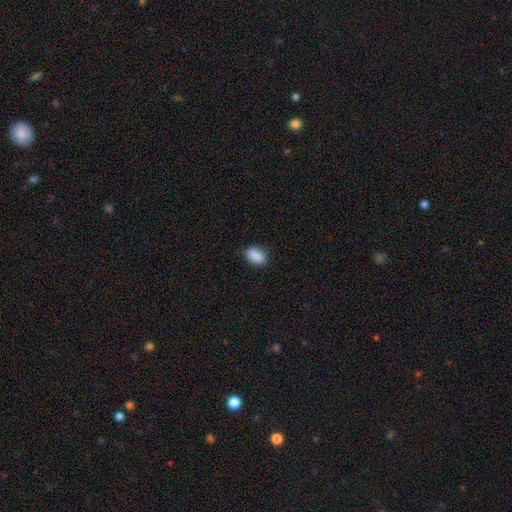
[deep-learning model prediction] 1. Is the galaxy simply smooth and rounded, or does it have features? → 90% smooth, 7% star or artifact, 3% featured or disk.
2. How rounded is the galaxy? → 90% in between, 8% round, 2% cigar-shaped.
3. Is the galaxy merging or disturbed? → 85% none, 12% minor disturbance, 2% major disturbance, 1% merger.